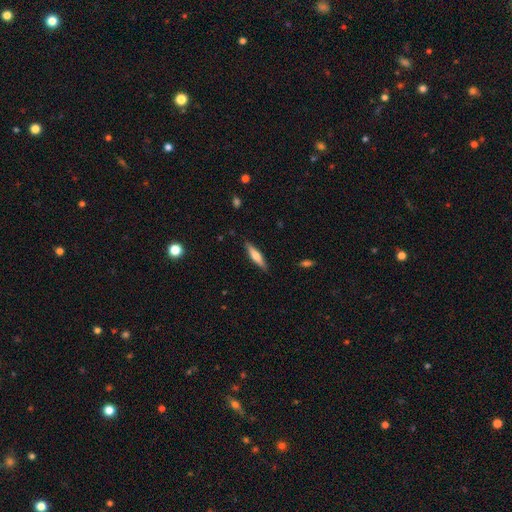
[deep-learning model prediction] This appears to be a smooth galaxy with no disk features (53%) that is cigar-shaped (80%). Merging: none (89%).